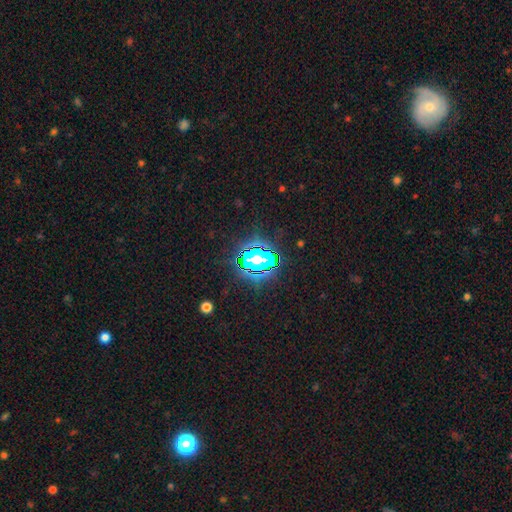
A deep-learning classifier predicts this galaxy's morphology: star or artifact 74%, smooth 16%, featured or disk 10%.